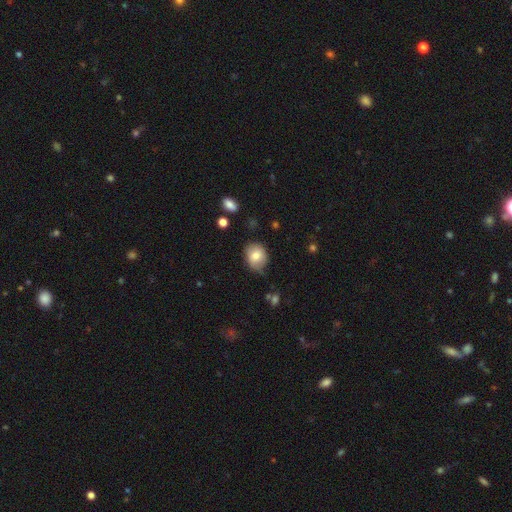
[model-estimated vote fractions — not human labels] Smooth or featured? Predicted: smooth (p=0.77). How rounded? Predicted: round (p=0.55). Merging? Predicted: none (p=0.67).